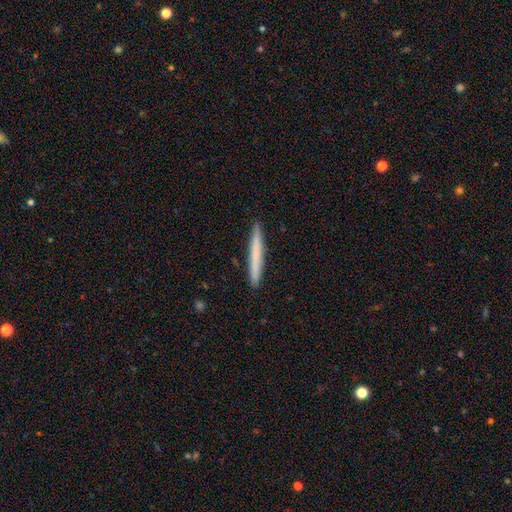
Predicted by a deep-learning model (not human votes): Smooth or featured: smooth — 66% (featured or disk — 28%)
How rounded: cigar-shaped — 97% (in between — 2%)
Merging: none — 92% (minor disturbance — 5%)